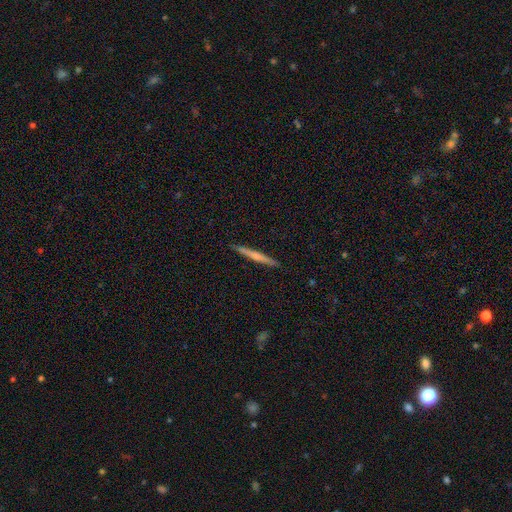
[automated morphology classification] A featured or disk galaxy (48%).

Vote fractions:
- Smooth or featured? featured or disk: 48% / smooth: 46% / star or artifact: 6%
- Merging? none: 92% / minor disturbance: 6% / major disturbance: 1% / merger: 1%